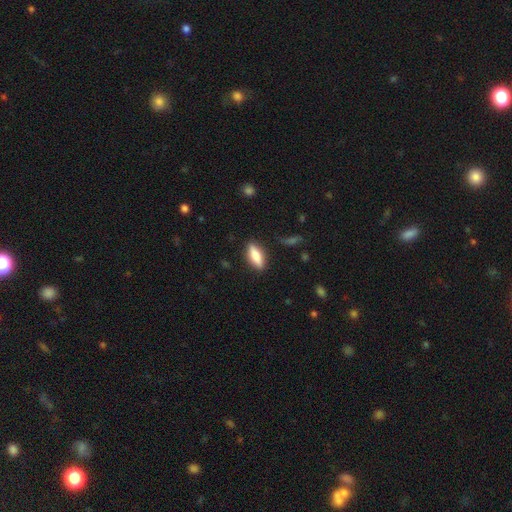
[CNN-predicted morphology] A smooth galaxy with no disk features (77%) that is in between round and cigar-shaped (62%). Merging: none (85%).